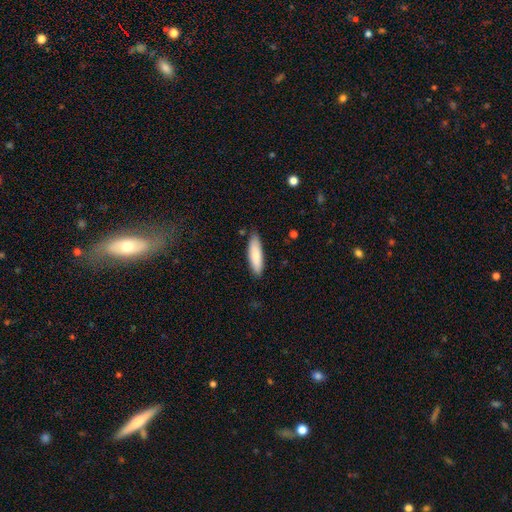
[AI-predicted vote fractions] Smooth or featured? smooth (82%)
How rounded? cigar-shaped (59%)
Merging? none (84%)